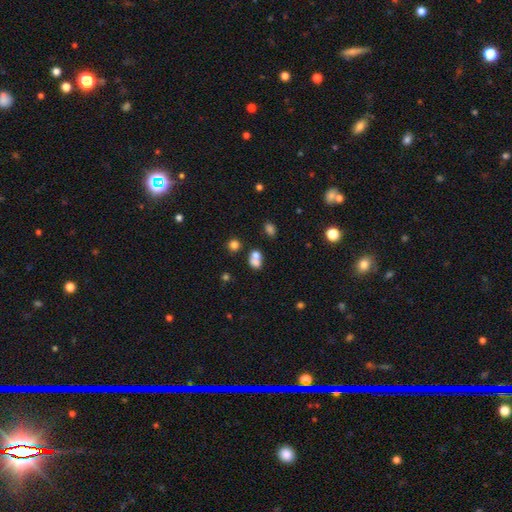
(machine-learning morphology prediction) A smooth galaxy with no disk features (71%) that is round (54%). Merging: merger (54%).